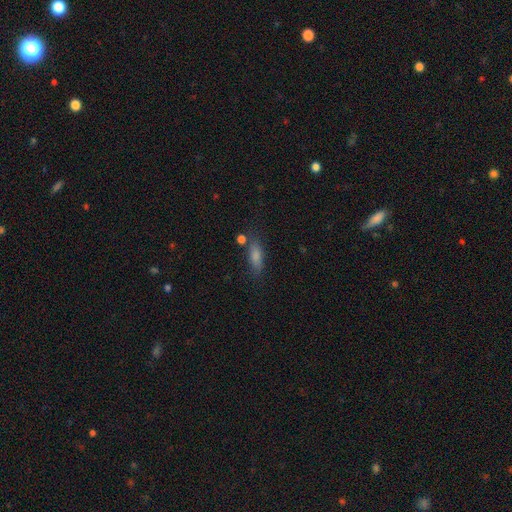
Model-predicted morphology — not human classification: Smooth or featured? Predicted: smooth (p=0.77). How rounded? Predicted: in between (p=0.59). Merging? Predicted: none (p=0.69).